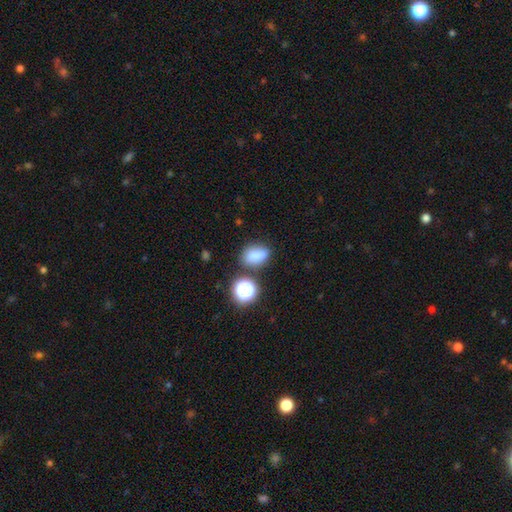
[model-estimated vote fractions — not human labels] Overall: smooth (80%). How rounded: in between (72%). Merging: none (71%).